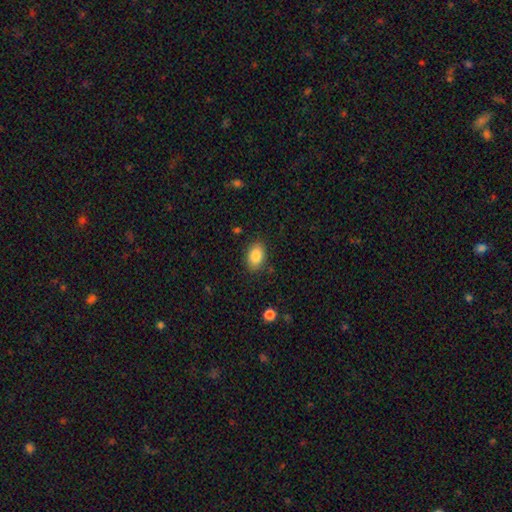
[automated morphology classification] Smooth or featured: smooth — 86% (star or artifact — 8%)
How rounded: in between — 87% (round — 12%)
Merging: none — 85% (minor disturbance — 11%)